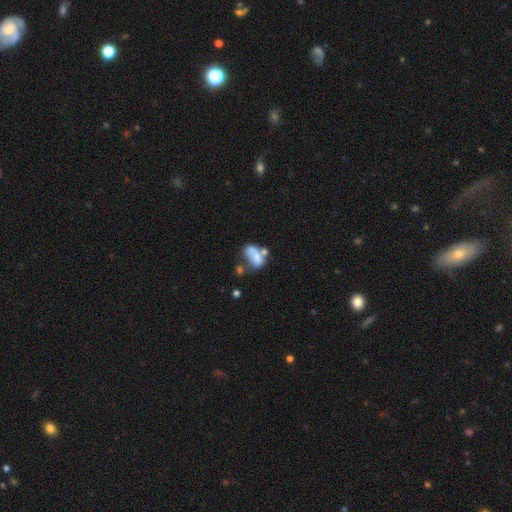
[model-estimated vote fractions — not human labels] Smooth or featured?
  - smooth: 59% *
  - featured or disk: 30%
  - star or artifact: 11%
How rounded?
  - in between: 85% *
  - round: 11%
  - cigar-shaped: 5%
Merging?
  - merger: 45% *
  - none: 22%
  - major disturbance: 18%
  - minor disturbance: 16%